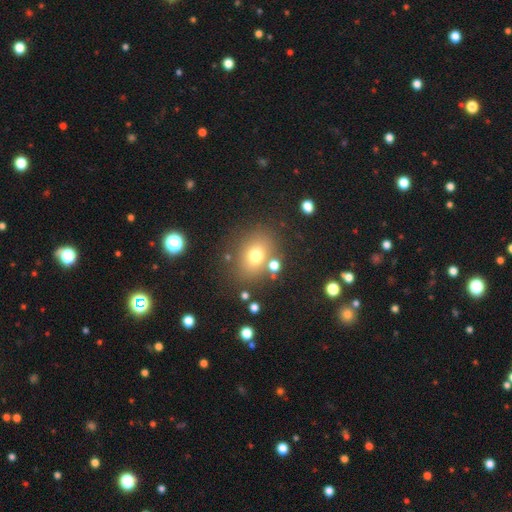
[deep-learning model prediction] Overall: smooth (71%). How rounded: round (54%; in between 45%). Merging: none (76%).